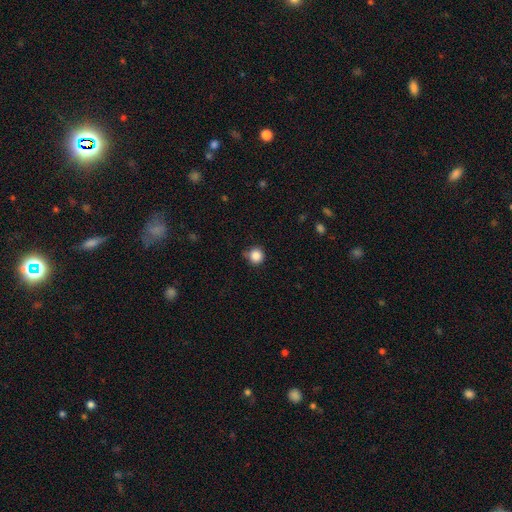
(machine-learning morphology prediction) type=smooth (85%); roundness=round (93%); merging=none (78%).